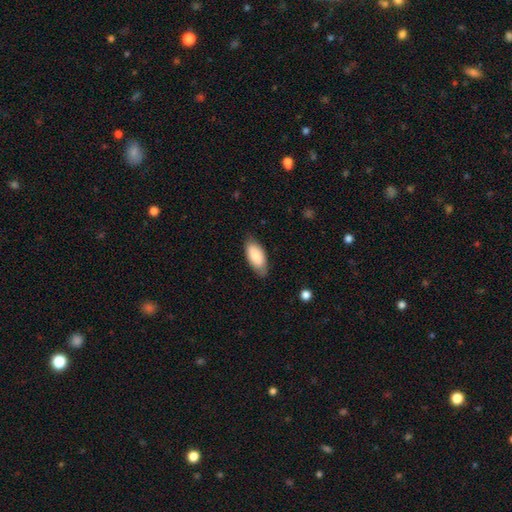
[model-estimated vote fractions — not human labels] The model was most divided on "merging": none: 76%, minor disturbance: 19%, major disturbance: 3%, merger: 1%. More confident: how rounded — in between (91%); smooth or featured — smooth (81%).